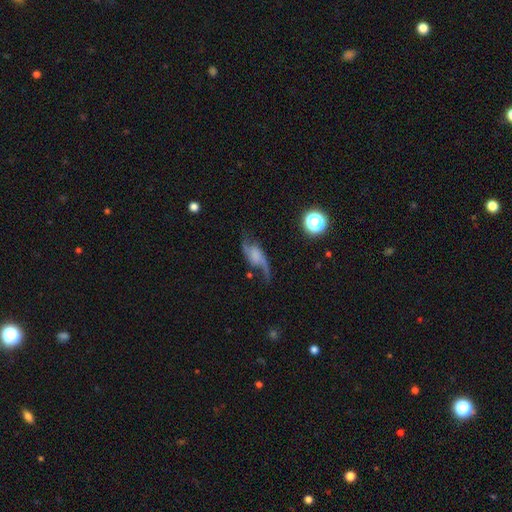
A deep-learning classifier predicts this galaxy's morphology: smooth_or_featured: featured or disk (p=0.72) [alt: smooth p=0.18]
disk_edge_on: no (p=0.92) [alt: yes p=0.08]
bar: no (p=0.60) [alt: weak p=0.29]
has_spiral_arms: yes (p=0.92) [alt: no p=0.08]
spiral_winding: loose (p=0.84) [alt: medium p=0.13]
spiral_arm_count: 2 (p=0.89) [alt: 1 p=0.06]
bulge_size: none (p=0.50) [alt: large p=0.15]
merging: none (p=0.53) [alt: minor disturbance p=0.22]